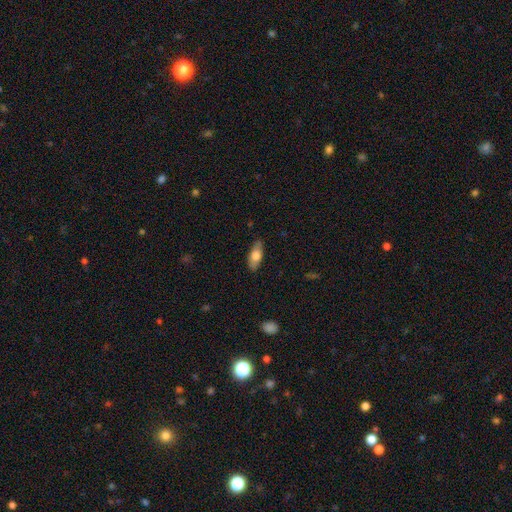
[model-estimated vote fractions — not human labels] Q: Smooth or featured?
A: smooth (69%); runner-up: featured or disk (25%)
Q: How rounded?
A: in between (79%); runner-up: cigar-shaped (18%)
Q: Merging?
A: none (84%); runner-up: minor disturbance (12%)